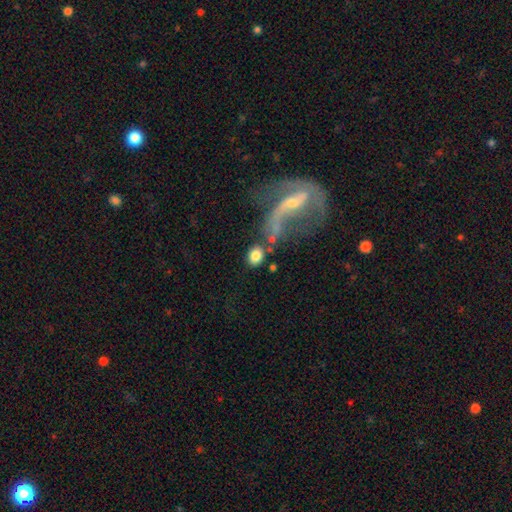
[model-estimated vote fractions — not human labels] Smooth or featured?
  - smooth: 78% *
  - featured or disk: 14%
  - star or artifact: 8%
How rounded?
  - in between: 59% *
  - round: 38%
  - cigar-shaped: 2%
Merging?
  - none: 60% *
  - merger: 18%
  - minor disturbance: 12%
  - major disturbance: 10%